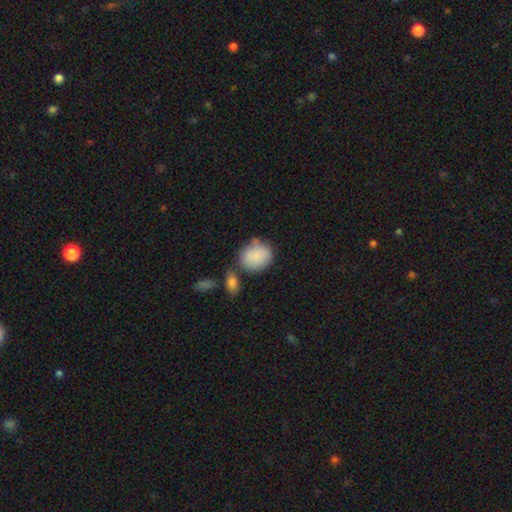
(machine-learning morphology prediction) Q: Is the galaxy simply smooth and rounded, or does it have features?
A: smooth — 87%.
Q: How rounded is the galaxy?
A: round — 54%.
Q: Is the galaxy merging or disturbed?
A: none — 59%.